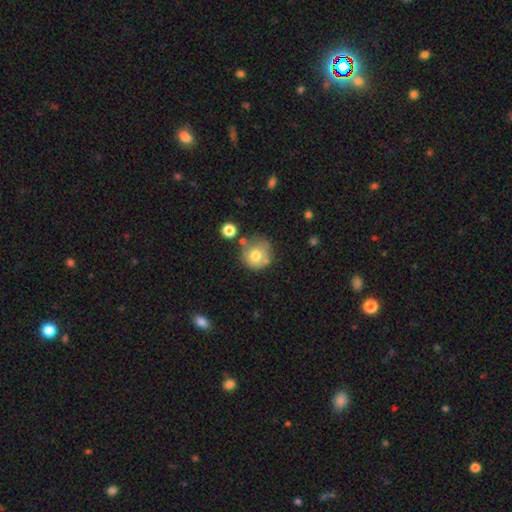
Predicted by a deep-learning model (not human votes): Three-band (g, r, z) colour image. It shows a smooth galaxy with no disk features (73%) that is round (90%). Merging: none (61%).